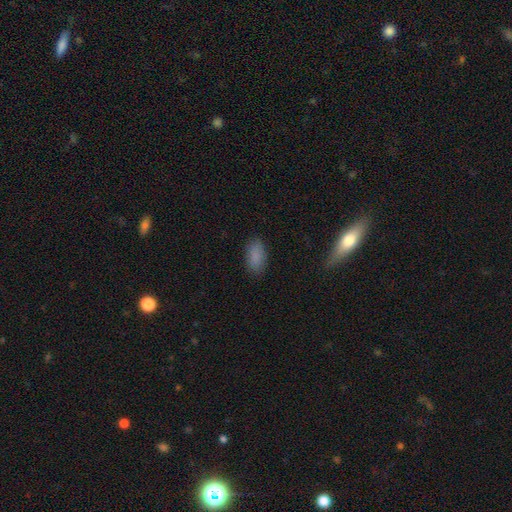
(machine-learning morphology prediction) Smooth or featured? Predicted: smooth (p=0.86). How rounded? Predicted: in between (p=0.92). Merging? Predicted: none (p=0.85).